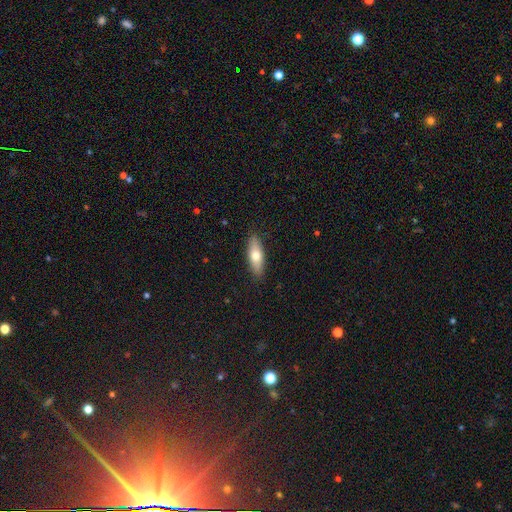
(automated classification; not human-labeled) This appears to be a smooth galaxy with no disk features (69%) that is in between round and cigar-shaped (59%). Merging: none (88%).